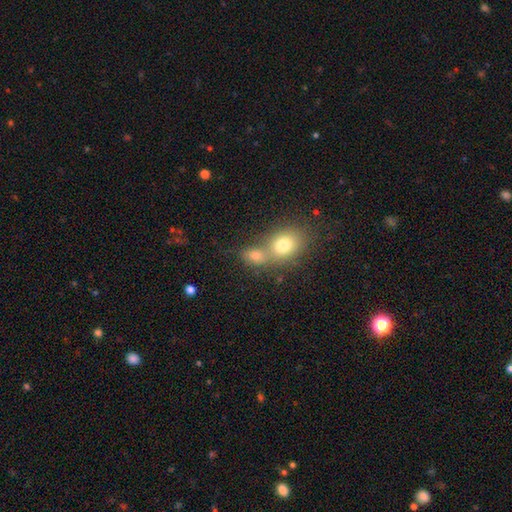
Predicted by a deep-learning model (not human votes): Morphology: type=smooth (77%); roundness=in between (58%); merging=merger (56%).